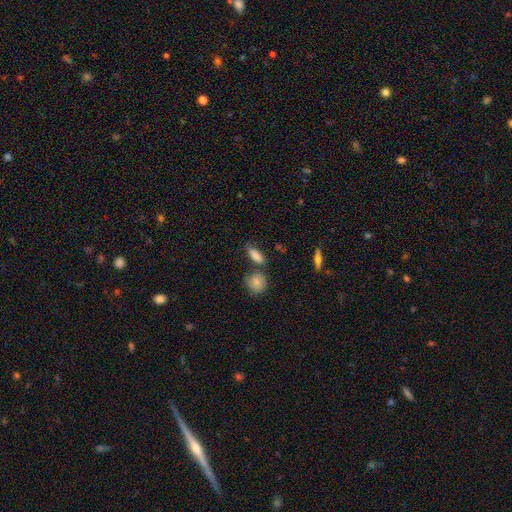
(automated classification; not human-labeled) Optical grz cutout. It shows a smooth galaxy with no disk features (80%) that is in between round and cigar-shaped (72%). Merging: none (59%).